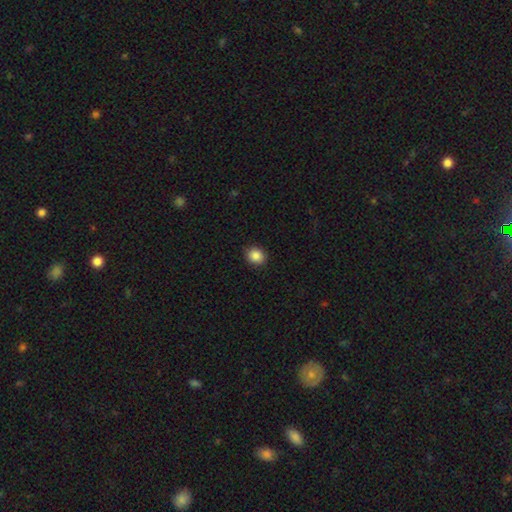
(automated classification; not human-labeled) Smooth or featured? smooth (86%)
How rounded? round (69%)
Merging? none (91%)